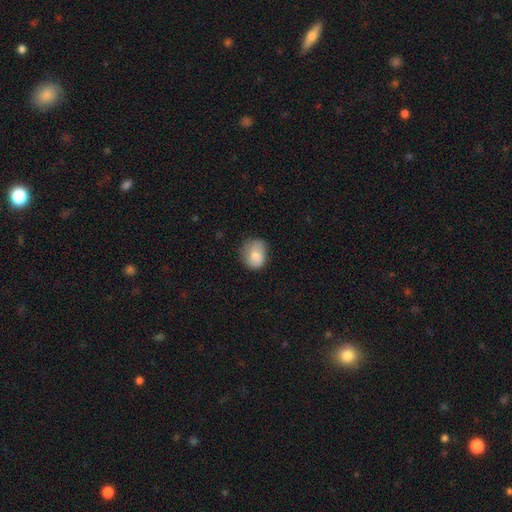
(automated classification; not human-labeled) Overall: smooth (78%). How rounded: round (57%; in between 42%). Merging: none (59%; minor disturbance 31%).